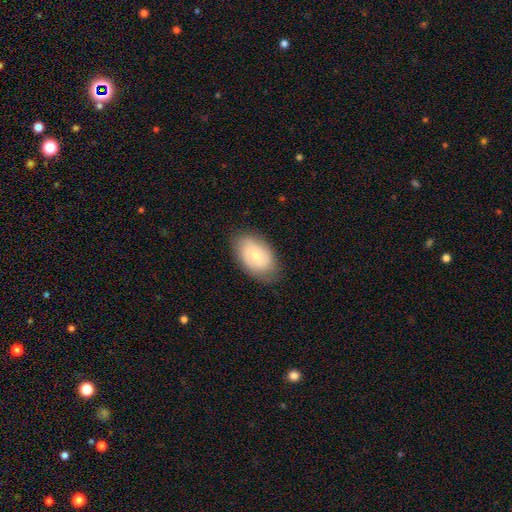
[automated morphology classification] Q: Smooth or featured?
A: smooth (56%); runner-up: featured or disk (37%)
Q: How rounded?
A: in between (90%); runner-up: round (9%)
Q: Merging?
A: none (79%); runner-up: minor disturbance (16%)